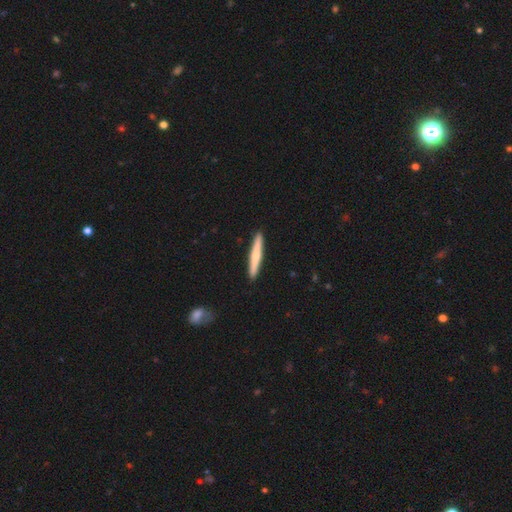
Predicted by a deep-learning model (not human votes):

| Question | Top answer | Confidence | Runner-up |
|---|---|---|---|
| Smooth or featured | smooth | 56% | featured or disk (40%) |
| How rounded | cigar-shaped | 95% | in between (4%) |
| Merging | none | 92% | minor disturbance (6%) |